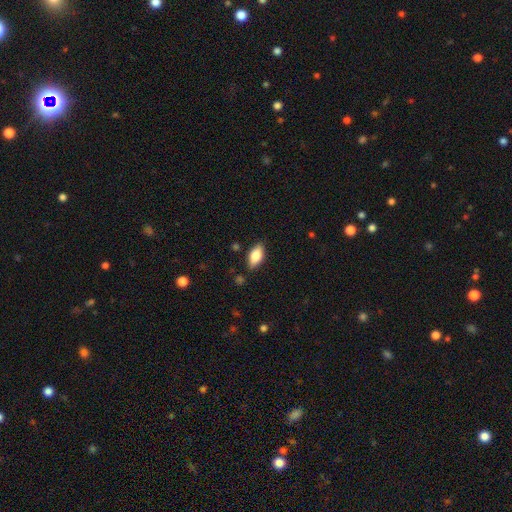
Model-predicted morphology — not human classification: The model was most divided on "smooth or featured": smooth: 76%, featured or disk: 17%, star or artifact: 7%. More confident: how rounded — in between (88%); merging — none (84%).